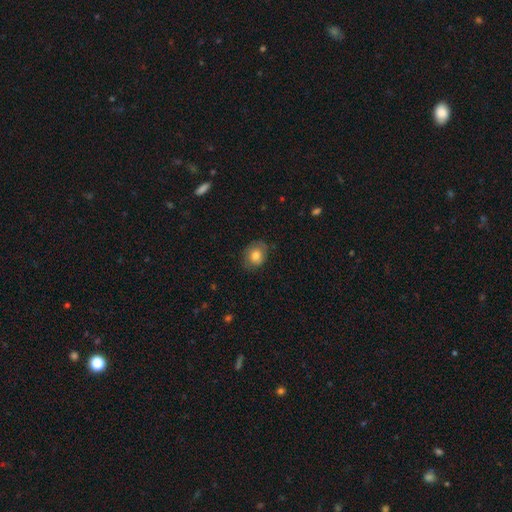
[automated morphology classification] smooth-or-featured: smooth: 77% | featured or disk: 15% | star or artifact: 8%
  how-rounded: round: 51% | in between: 49% | cigar-shaped: 1%
  merging: none: 74% | minor disturbance: 20% | major disturbance: 5% | merger: 1%